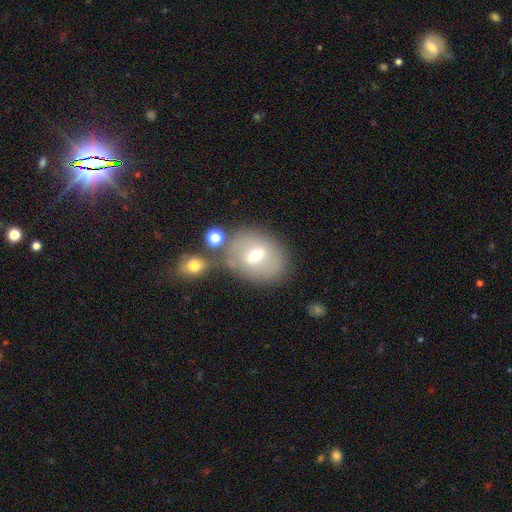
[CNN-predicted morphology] Smooth or featured? smooth (56%)
How rounded? in between (57%)
Merging? none (63%)